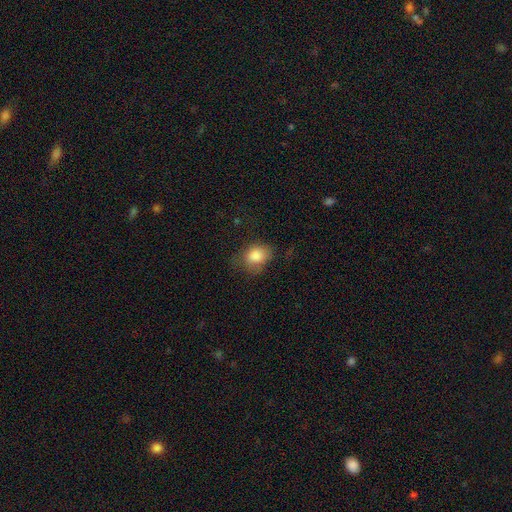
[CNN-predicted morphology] Smooth or featured? smooth (84%)
How rounded? in between (54%)
Merging? none (55%)